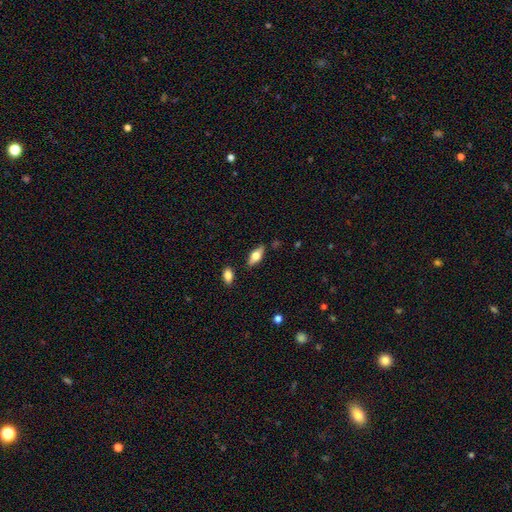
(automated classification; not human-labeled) Smooth or featured?
  - smooth: 56% *
  - featured or disk: 37%
  - star or artifact: 7%
How rounded?
  - in between: 76% *
  - cigar-shaped: 20%
  - round: 3%
Merging?
  - none: 82% *
  - minor disturbance: 12%
  - merger: 3%
  - major disturbance: 3%